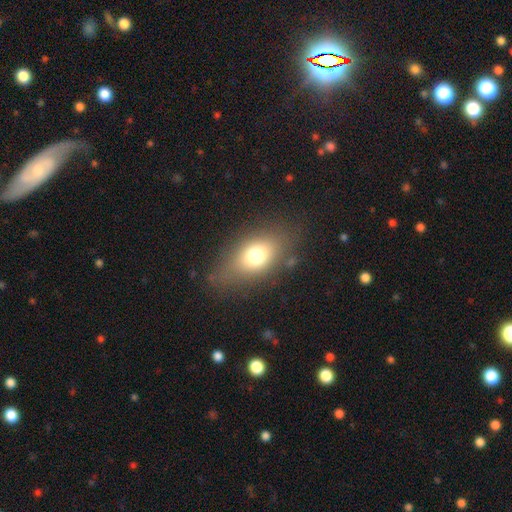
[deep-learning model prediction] smooth_or_featured: smooth (p=0.70) [alt: featured or disk p=0.18]
how_rounded: in between (p=0.77) [alt: round p=0.19]
merging: none (p=0.73) [alt: minor disturbance p=0.17]